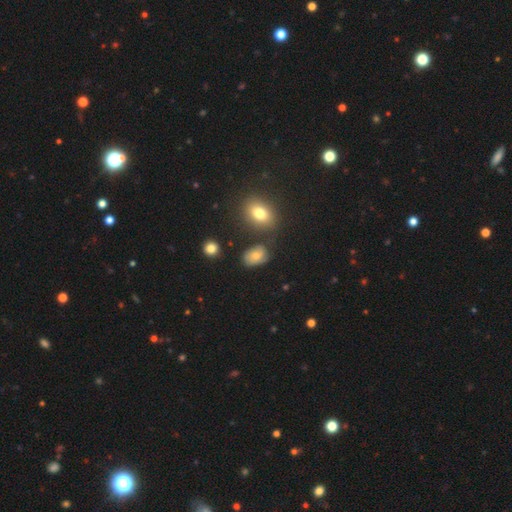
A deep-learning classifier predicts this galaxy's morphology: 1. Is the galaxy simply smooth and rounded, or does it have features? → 66% smooth, 21% featured or disk, 13% star or artifact.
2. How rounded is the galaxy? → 80% in between, 19% round, 1% cigar-shaped.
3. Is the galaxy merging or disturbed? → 64% none, 22% minor disturbance, 7% major disturbance, 6% merger.